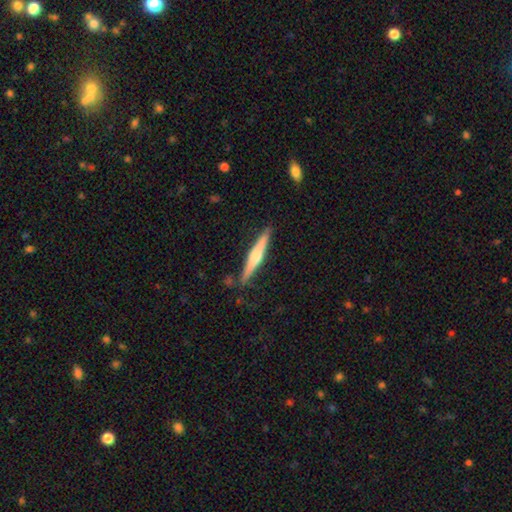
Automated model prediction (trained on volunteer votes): Smooth or featured?
  - featured or disk: 65% *
  - smooth: 30%
  - star or artifact: 5%
Edge-on disk?
  - yes: 98% *
  - no: 2%
Edge-on bulge?
  - rounded: 78% *
  - boxy: 13%
  - none: 10%
Merging?
  - none: 86% *
  - minor disturbance: 10%
  - merger: 2%
  - major disturbance: 2%